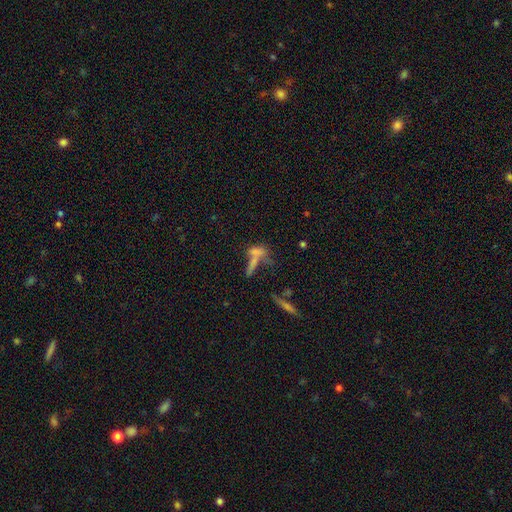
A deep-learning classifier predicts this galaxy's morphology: smooth_or_featured: smooth (p=0.56) [alt: featured or disk p=0.27]
how_rounded: cigar-shaped (p=0.50) [alt: in between p=0.41]
merging: merger (p=0.46) [alt: none p=0.30]